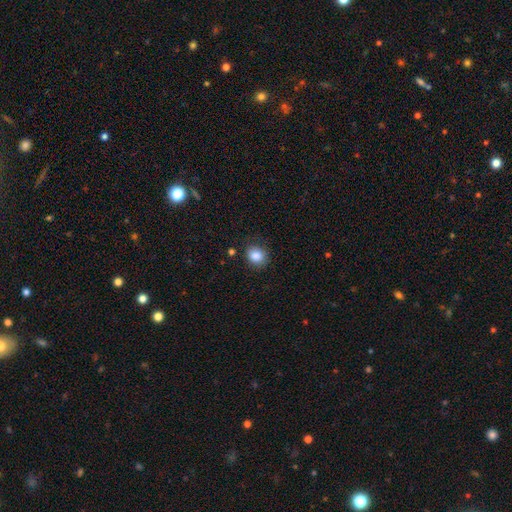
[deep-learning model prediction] Smooth or featured?
  - smooth: 86% *
  - star or artifact: 9%
  - featured or disk: 5%
How rounded?
  - round: 69% *
  - in between: 30%
  - cigar-shaped: 1%
Merging?
  - none: 82% *
  - minor disturbance: 13%
  - major disturbance: 3%
  - merger: 2%